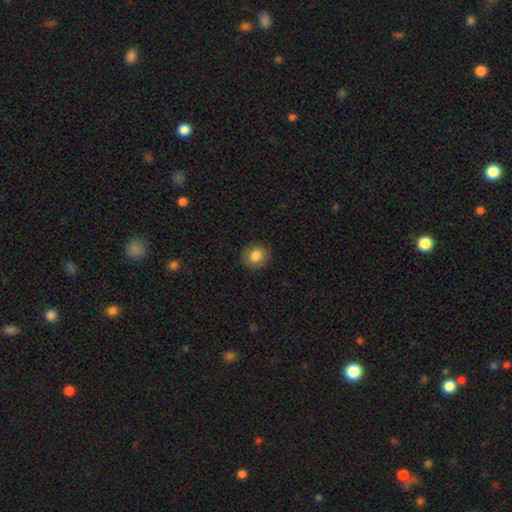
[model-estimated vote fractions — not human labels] A smooth galaxy with no disk features (83%) that is round (72%).

Vote fractions:
- Smooth or featured? smooth: 83% / star or artifact: 9% / featured or disk: 8%
- How rounded? round: 72% / in between: 27% / cigar-shaped: 1%
- Merging? none: 88% / minor disturbance: 9% / major disturbance: 2% / merger: 1%